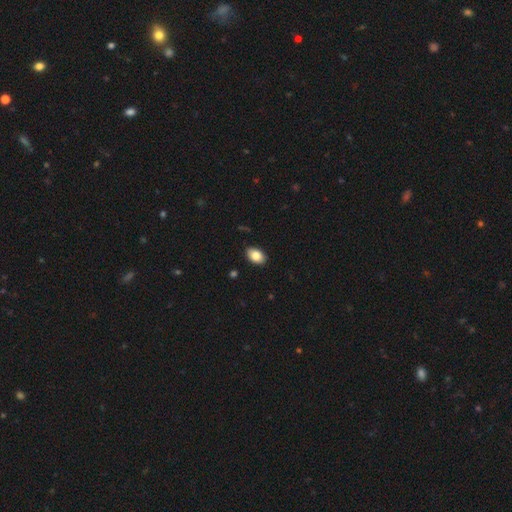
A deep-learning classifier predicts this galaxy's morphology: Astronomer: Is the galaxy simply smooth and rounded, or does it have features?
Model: smooth — 83%.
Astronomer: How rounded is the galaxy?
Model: in between — 88%.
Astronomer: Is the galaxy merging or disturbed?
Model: none — 89%.